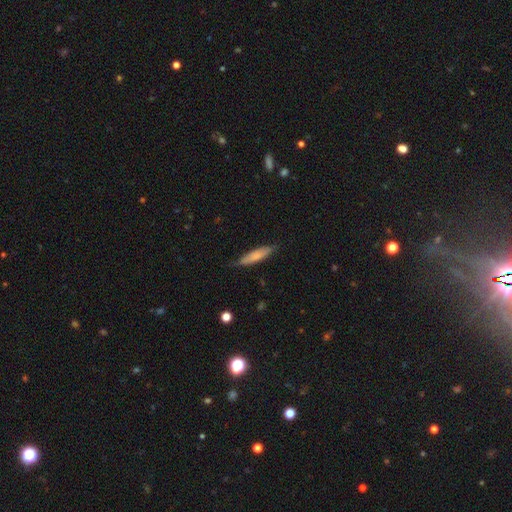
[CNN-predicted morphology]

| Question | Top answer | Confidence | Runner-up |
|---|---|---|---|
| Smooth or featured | smooth | 75% | featured or disk (19%) |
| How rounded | cigar-shaped | 72% | in between (26%) |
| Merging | none | 75% | minor disturbance (20%) |